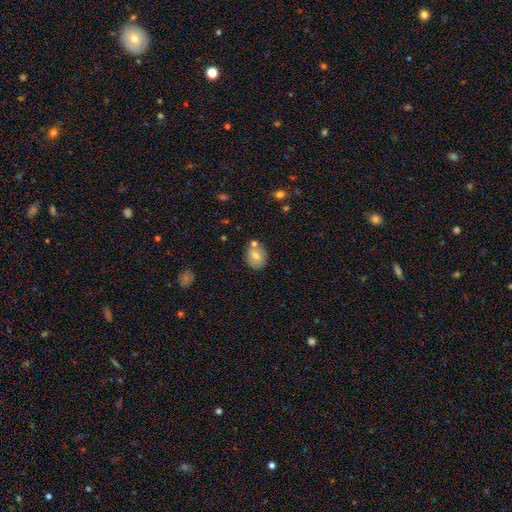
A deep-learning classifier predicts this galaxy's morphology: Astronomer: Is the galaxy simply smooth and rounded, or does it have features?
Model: smooth — 71%.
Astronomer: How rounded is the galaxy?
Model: round — 50% (runner-up: in between, 49%).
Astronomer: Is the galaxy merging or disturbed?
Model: none — 70%.